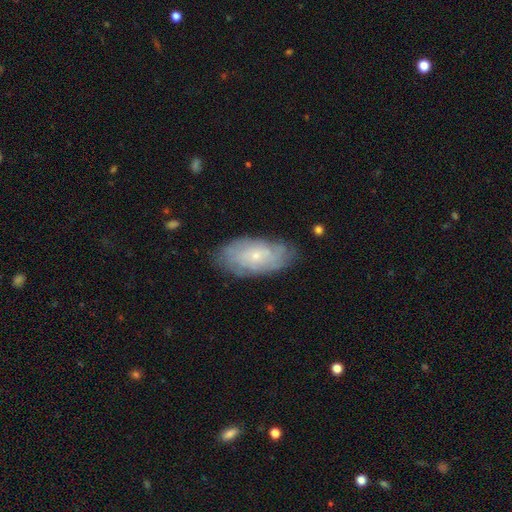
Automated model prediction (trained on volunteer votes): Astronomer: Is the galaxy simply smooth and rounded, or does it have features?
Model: featured or disk — 63%.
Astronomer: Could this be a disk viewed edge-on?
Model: no — 92%.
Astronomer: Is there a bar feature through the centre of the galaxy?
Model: no — 79%.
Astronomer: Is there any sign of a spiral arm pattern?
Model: yes — 83%.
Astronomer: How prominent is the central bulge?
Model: small — 78%.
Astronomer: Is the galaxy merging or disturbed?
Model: none — 78%.